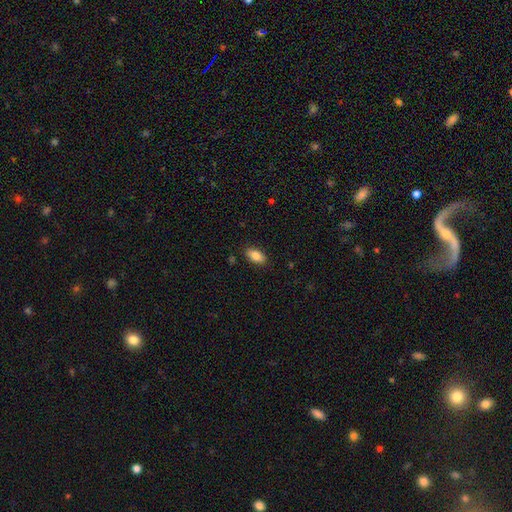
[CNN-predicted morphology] Smooth or featured? smooth (86%)
How rounded? in between (92%)
Merging? none (87%)